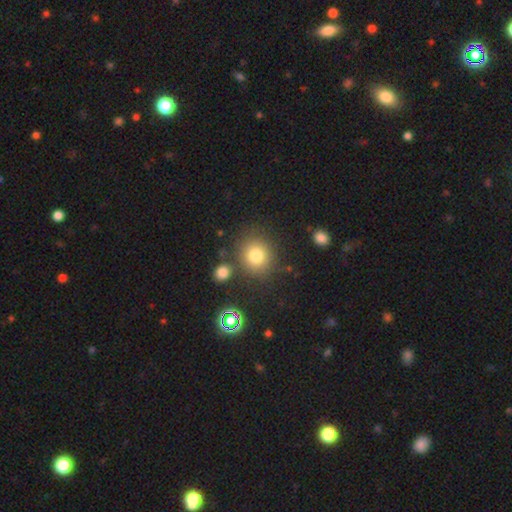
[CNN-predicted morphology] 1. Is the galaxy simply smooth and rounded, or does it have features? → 78% smooth, 13% star or artifact, 8% featured or disk.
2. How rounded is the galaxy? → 84% round, 15% in between, 1% cigar-shaped.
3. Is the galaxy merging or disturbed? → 79% none, 10% minor disturbance, 7% merger, 4% major disturbance.